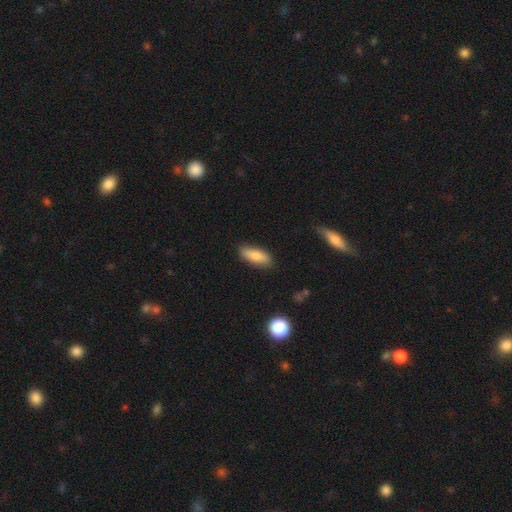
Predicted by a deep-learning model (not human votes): Q: Smooth or featured?
A: smooth (79%); runner-up: featured or disk (14%)
Q: How rounded?
A: in between (70%); runner-up: cigar-shaped (27%)
Q: Merging?
A: none (84%); runner-up: minor disturbance (12%)